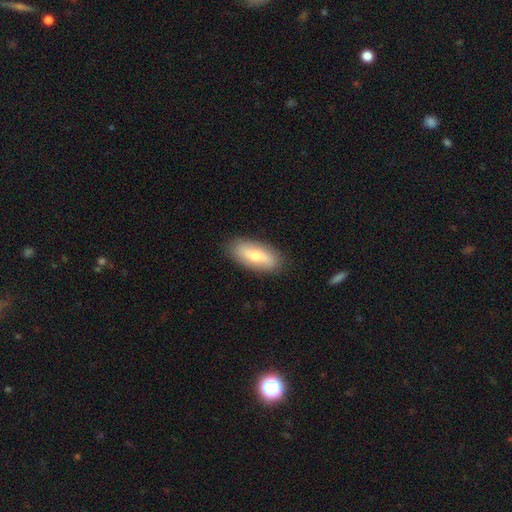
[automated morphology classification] Smooth or featured? Predicted: smooth (p=0.59). How rounded? Predicted: in between (p=0.81). Merging? Predicted: none (p=0.87).